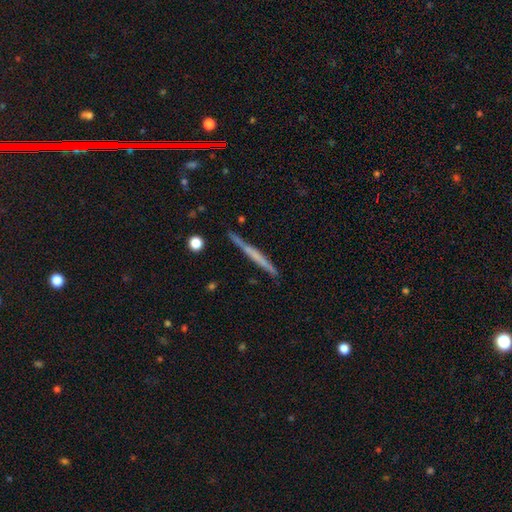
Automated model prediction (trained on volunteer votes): Smooth or featured?
  - featured or disk: 51% *
  - smooth: 43%
  - star or artifact: 6%
Edge-on disk?
  - yes: 97% *
  - no: 3%
Merging?
  - none: 87% *
  - minor disturbance: 10%
  - major disturbance: 2%
  - merger: 2%